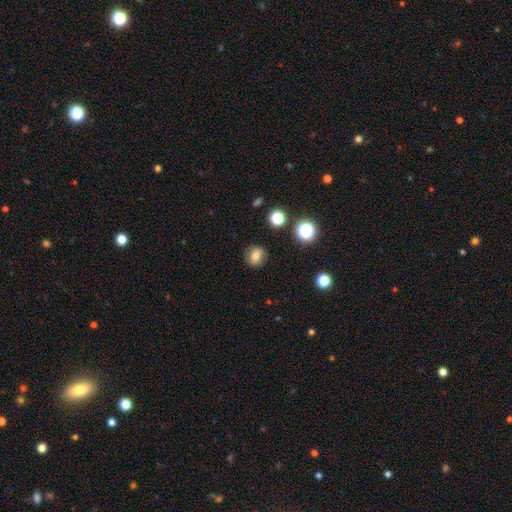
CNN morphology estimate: Overall: smooth (73%). How rounded: round (73%). Merging: none (87%).